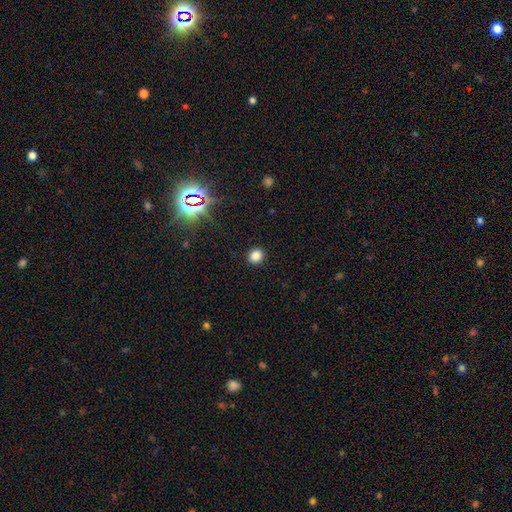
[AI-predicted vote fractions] Morphology: type=smooth (83%); roundness=round (77%); merging=none (91%).